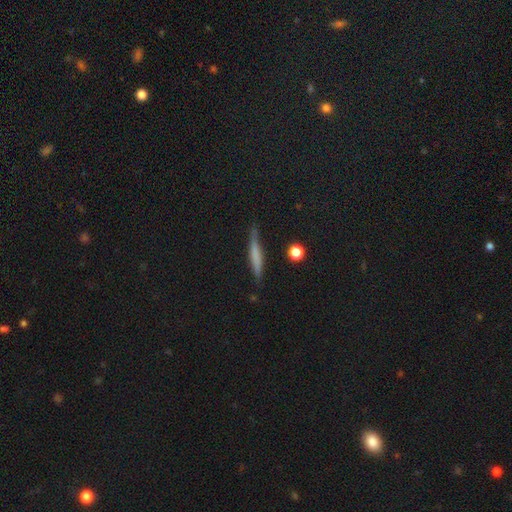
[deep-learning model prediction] smooth_or_featured: smooth (p=0.57) [alt: featured or disk p=0.35]
how_rounded: cigar-shaped (p=0.91) [alt: in between p=0.06]
merging: none (p=0.80) [alt: minor disturbance p=0.15]